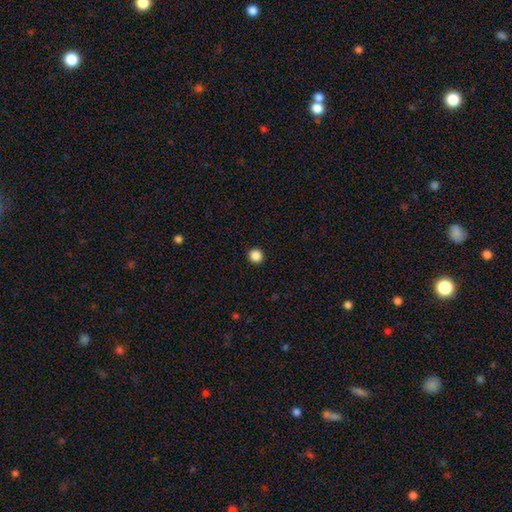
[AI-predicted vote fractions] Smooth or featured: smooth — 87% (star or artifact — 11%)
How rounded: round — 94% (in between — 5%)
Merging: none — 94% (minor disturbance — 4%)